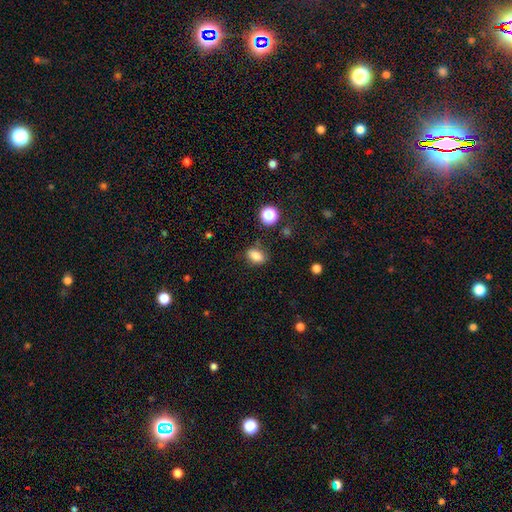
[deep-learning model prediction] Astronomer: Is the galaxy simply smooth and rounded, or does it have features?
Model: smooth — 83%.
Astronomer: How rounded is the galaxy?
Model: in between — 81%.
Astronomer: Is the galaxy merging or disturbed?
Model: none — 78%.